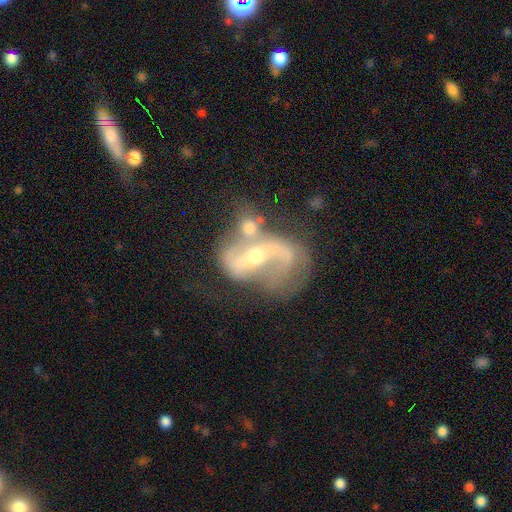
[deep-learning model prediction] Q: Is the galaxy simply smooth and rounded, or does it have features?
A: featured or disk — 85%.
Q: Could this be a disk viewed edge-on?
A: no — 96%.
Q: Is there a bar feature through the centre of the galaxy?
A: strong — 43%.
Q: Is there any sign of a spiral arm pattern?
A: yes — 88%.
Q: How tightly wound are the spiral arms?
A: loose — 52%.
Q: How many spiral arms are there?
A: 2 — 79%.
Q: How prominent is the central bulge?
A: small — 48%.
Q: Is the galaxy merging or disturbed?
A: none — 34%.